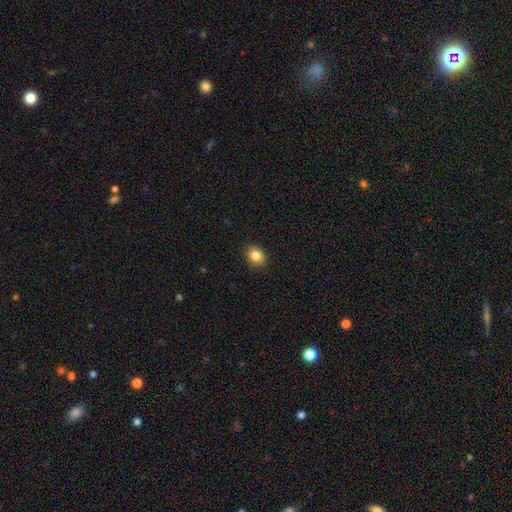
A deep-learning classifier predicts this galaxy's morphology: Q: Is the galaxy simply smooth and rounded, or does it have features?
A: smooth — 85%.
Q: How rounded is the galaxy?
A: in between — 52%.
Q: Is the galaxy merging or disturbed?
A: none — 89%.